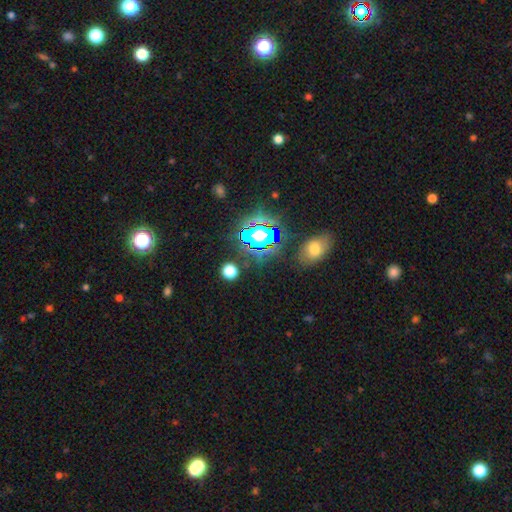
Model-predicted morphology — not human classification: smooth-or-featured: star or artifact: 74% | smooth: 17% | featured or disk: 9%